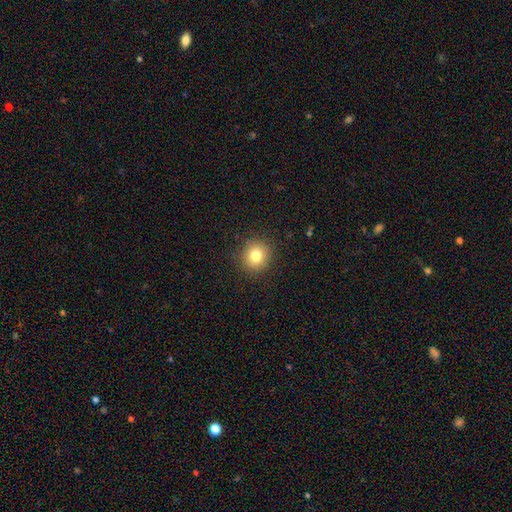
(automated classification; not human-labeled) smooth 80%, star or artifact 12%, featured or disk 8%. Down the decision tree: how rounded — round (90%); merging — none (90%).